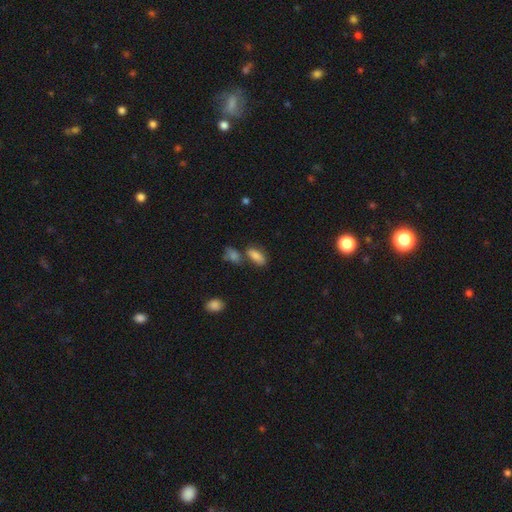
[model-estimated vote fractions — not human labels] smooth-or-featured: smooth: 81% | featured or disk: 9% | star or artifact: 9%
  how-rounded: in between: 80% | cigar-shaped: 15% | round: 4%
  merging: none: 57% | merger: 22% | minor disturbance: 15% | major disturbance: 5%